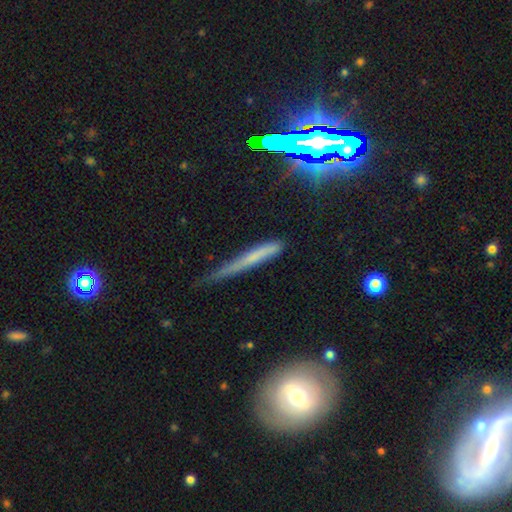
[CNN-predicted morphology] Smooth or featured?
  - smooth: 54% *
  - featured or disk: 31%
  - star or artifact: 15%
How rounded?
  - cigar-shaped: 93% *
  - in between: 4%
  - round: 2%
Merging?
  - none: 57% *
  - minor disturbance: 31%
  - major disturbance: 10%
  - merger: 3%